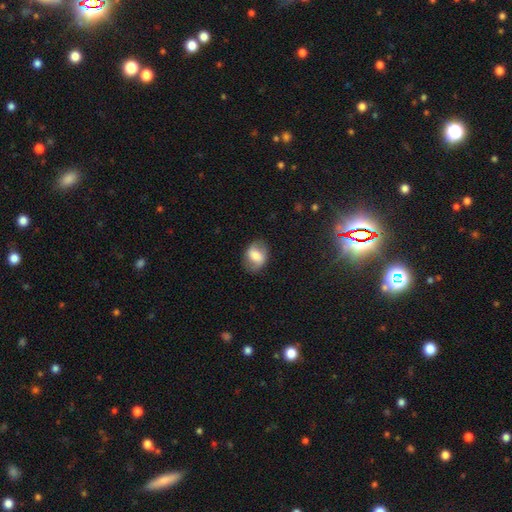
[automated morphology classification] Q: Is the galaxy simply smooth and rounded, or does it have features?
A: smooth — 53%.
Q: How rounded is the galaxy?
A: in between — 66%.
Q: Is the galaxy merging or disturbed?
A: none — 78%.